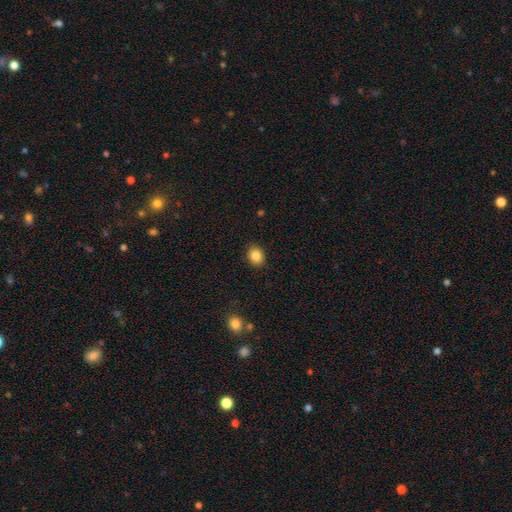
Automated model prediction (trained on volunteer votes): smooth 85%, star or artifact 10%, featured or disk 6%. Down the decision tree: how rounded — round (57%); merging — none (89%).